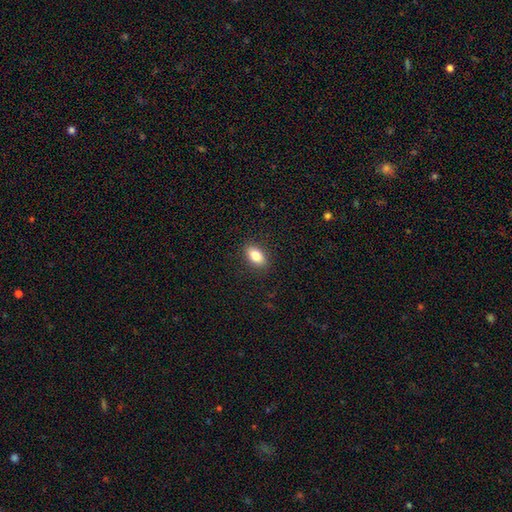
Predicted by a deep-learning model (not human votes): Overall: smooth (83%). How rounded: in between (89%). Merging: none (88%).